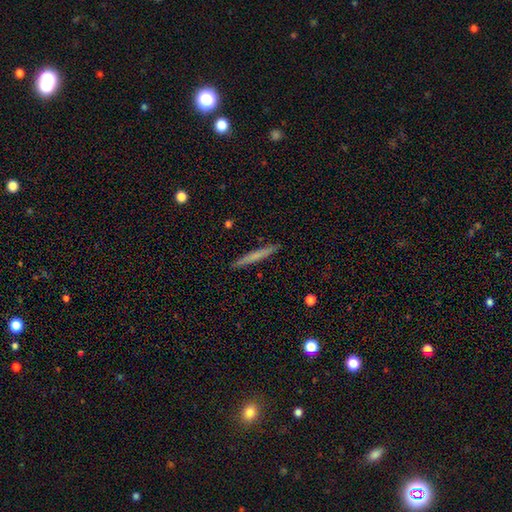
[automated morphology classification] A smooth galaxy with no disk features (62%) that is cigar-shaped (96%).

Vote fractions:
- Smooth or featured? smooth: 62% / featured or disk: 32% / star or artifact: 6%
- How rounded? cigar-shaped: 96% / in between: 2% / round: 1%
- Merging? none: 91% / minor disturbance: 6% / major disturbance: 1% / merger: 1%